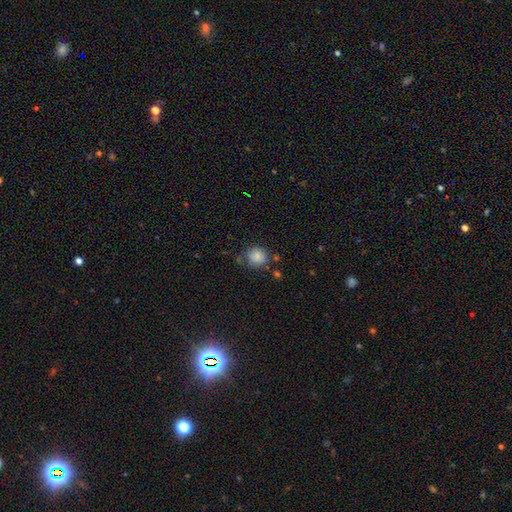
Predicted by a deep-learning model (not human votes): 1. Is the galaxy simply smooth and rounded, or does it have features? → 78% smooth, 14% star or artifact, 8% featured or disk.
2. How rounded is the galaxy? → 86% round, 13% in between, 1% cigar-shaped.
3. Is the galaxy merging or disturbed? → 69% none, 19% minor disturbance, 6% major disturbance, 5% merger.